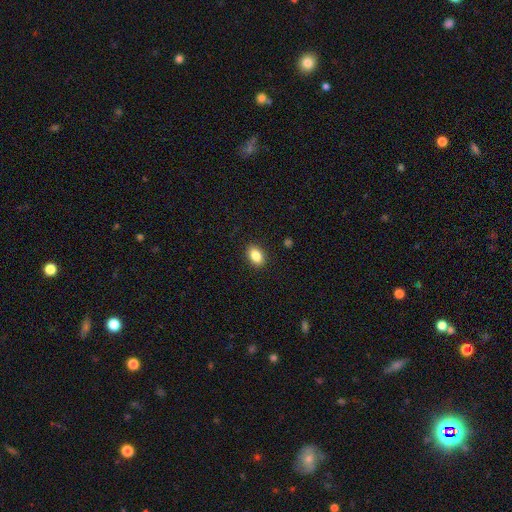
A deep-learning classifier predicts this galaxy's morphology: This is clearly a smooth galaxy (85%). How rounded: clearly in between (84%). Merging: clearly none (89%).